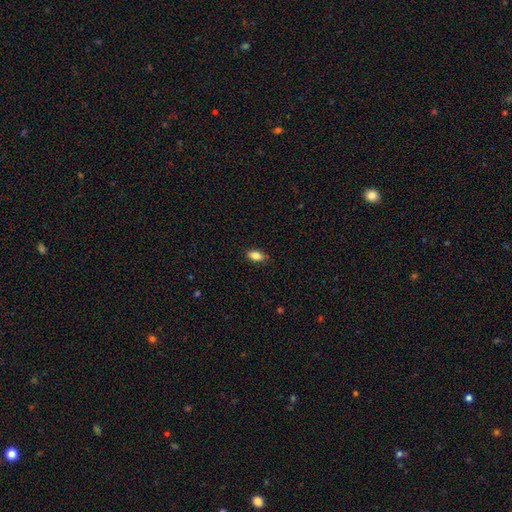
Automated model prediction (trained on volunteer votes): smooth-or-featured: smooth: 82% | featured or disk: 9% | star or artifact: 9%
  how-rounded: in between: 87% | cigar-shaped: 7% | round: 6%
  merging: none: 84% | minor disturbance: 12% | major disturbance: 2% | merger: 1%